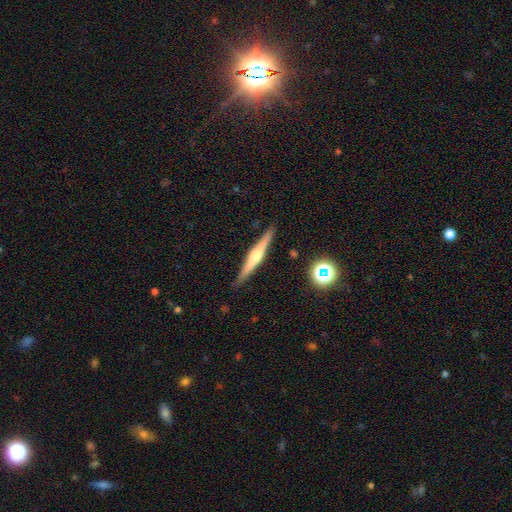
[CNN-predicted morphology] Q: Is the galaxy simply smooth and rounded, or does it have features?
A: featured or disk — 69%.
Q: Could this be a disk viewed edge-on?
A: yes — 98%.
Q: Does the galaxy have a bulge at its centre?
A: rounded — 85%.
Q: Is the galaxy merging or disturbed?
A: none — 90%.